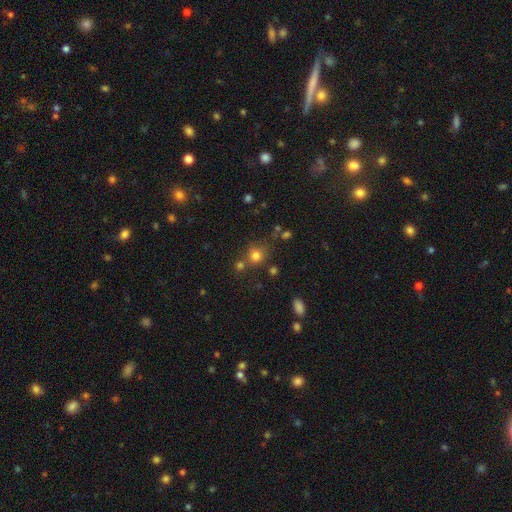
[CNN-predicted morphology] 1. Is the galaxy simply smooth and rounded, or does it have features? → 75% smooth, 16% star or artifact, 8% featured or disk.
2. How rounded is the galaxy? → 82% round, 17% in between, 1% cigar-shaped.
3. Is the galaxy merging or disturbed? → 65% none, 18% merger, 12% minor disturbance, 5% major disturbance.